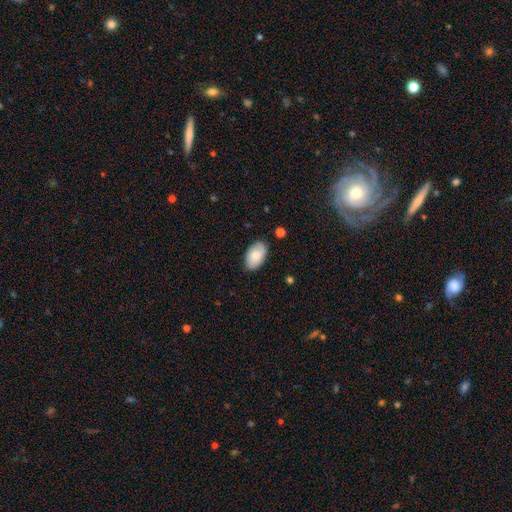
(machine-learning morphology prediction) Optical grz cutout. It shows a smooth galaxy with no disk features (80%) that is in between round and cigar-shaped (94%). Merging: none (84%).